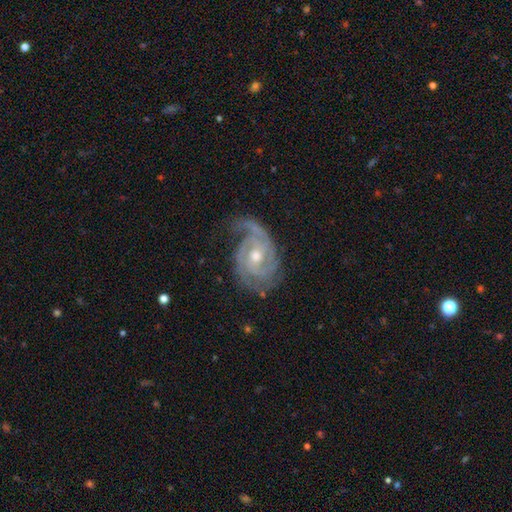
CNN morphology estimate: This is clearly a featured or disk galaxy (91%). It is clearly not viewed edge-on (97%). Bar: possibly no (57%). Spiral arm pattern: clearly yes (98%). Spiral arm count: marginally 2 (40%). Spiral winding: possibly tight (59%). Central bulge: likely moderate (72%). Merging: likely none (65%).